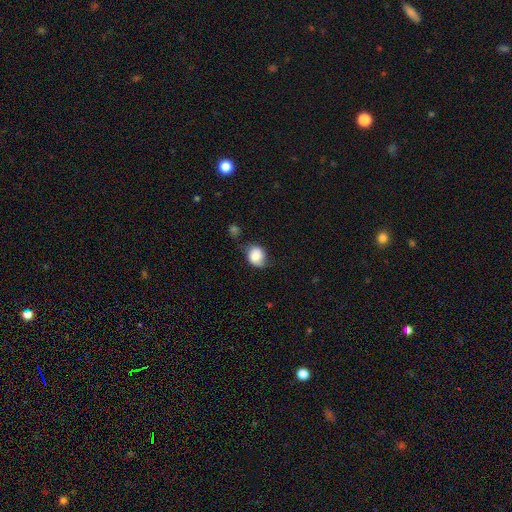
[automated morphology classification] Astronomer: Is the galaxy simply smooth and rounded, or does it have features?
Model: smooth — 78%.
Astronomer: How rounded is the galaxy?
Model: round — 57% (runner-up: in between, 42%).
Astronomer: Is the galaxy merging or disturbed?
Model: none — 49% (runner-up: minor disturbance, 35%).